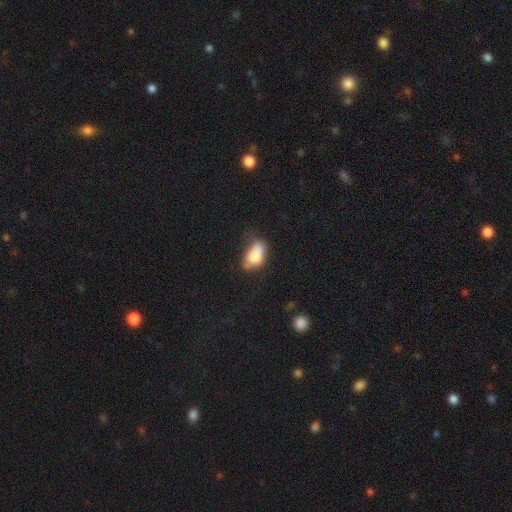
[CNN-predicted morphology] smooth 80%, featured or disk 12%, star or artifact 8%. Down the decision tree: how rounded — in between (89%); merging — none (41%).